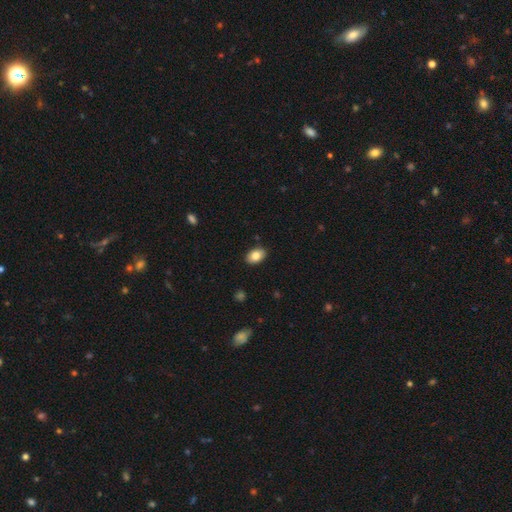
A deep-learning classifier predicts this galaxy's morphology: A smooth galaxy with no disk features (84%) that is in between round and cigar-shaped (87%).

Vote fractions:
- Smooth or featured? smooth: 84% / featured or disk: 9% / star or artifact: 7%
- How rounded? in between: 87% / round: 11% / cigar-shaped: 1%
- Merging? none: 88% / minor disturbance: 9% / major disturbance: 2% / merger: 1%